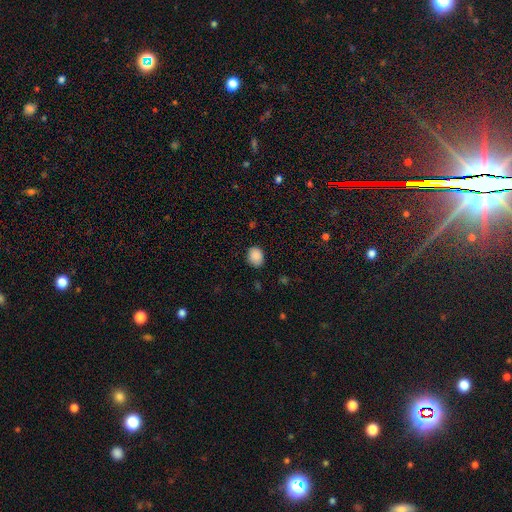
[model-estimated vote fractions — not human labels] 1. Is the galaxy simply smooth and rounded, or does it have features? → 88% smooth, 9% star or artifact, 3% featured or disk.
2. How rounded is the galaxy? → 50% round, 49% in between, 1% cigar-shaped.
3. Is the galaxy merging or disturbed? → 82% none, 14% minor disturbance, 3% major disturbance, 1% merger.